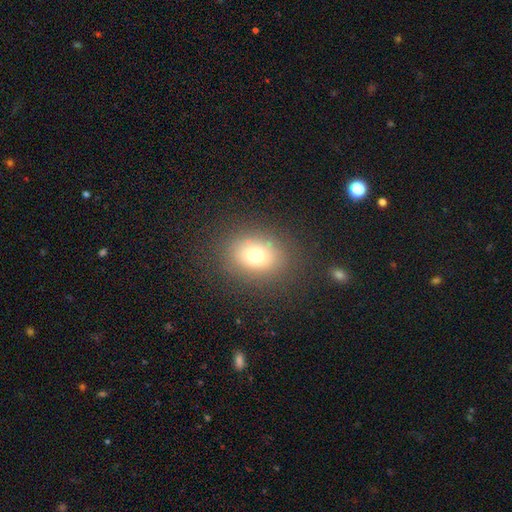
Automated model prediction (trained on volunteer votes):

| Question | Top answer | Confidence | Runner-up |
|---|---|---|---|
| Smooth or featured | smooth | 72% | star or artifact (14%) |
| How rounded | round | 50% | in between (49%) |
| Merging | none | 82% | minor disturbance (11%) |